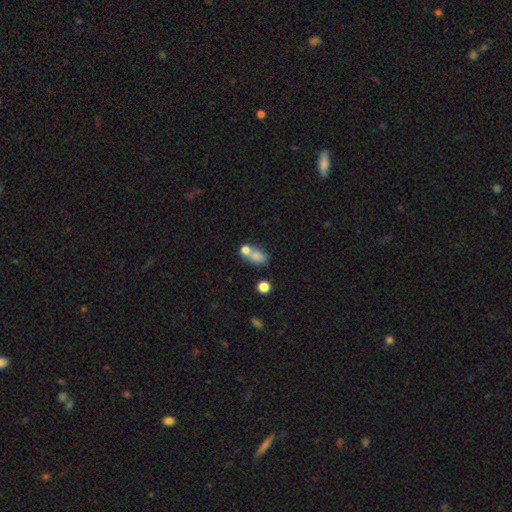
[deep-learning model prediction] smooth 73%, featured or disk 15%, star or artifact 12%. Down the decision tree: how rounded — in between (73%); merging — merger (47%).